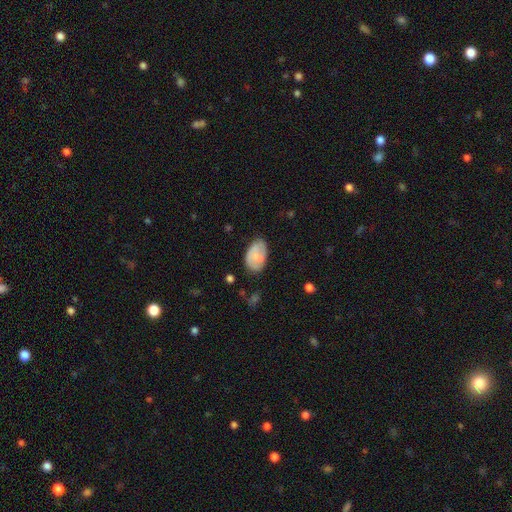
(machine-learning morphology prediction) Smooth or featured? Predicted: smooth (p=0.65). How rounded? Predicted: in between (p=0.91). Merging? Predicted: none (p=0.64).